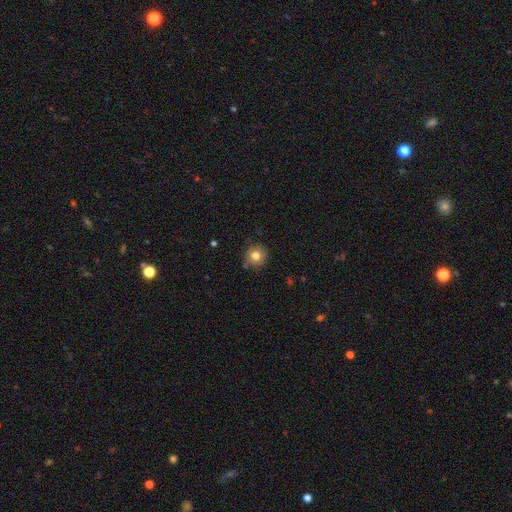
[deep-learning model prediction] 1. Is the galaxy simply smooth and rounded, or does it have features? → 79% smooth, 11% star or artifact, 9% featured or disk.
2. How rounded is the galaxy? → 92% round, 7% in between, 1% cigar-shaped.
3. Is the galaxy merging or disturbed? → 85% none, 10% minor disturbance, 3% merger, 2% major disturbance.